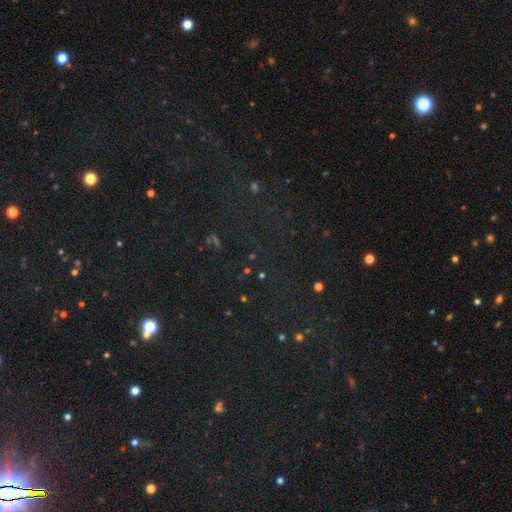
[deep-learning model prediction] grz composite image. It shows a star or artifact, not a galaxy (77%).